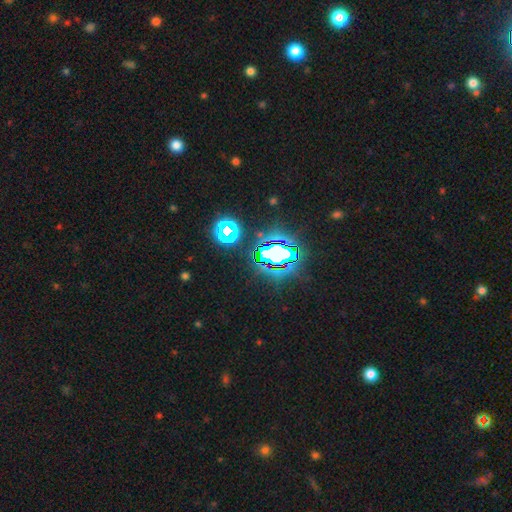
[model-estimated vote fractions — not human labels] The model was most divided on "smooth or featured": star or artifact: 82%, smooth: 11%, featured or disk: 7%.